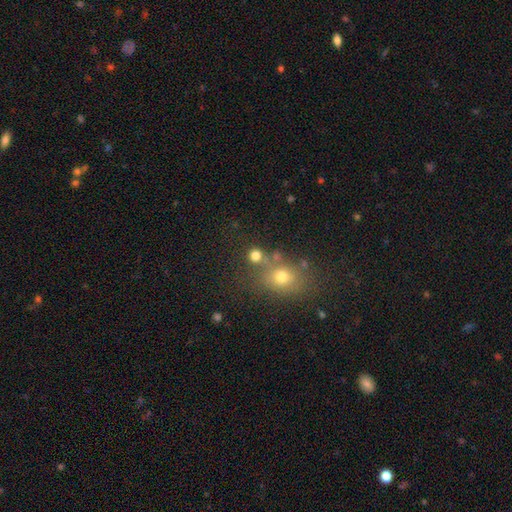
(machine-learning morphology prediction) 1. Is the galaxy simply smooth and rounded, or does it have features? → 76% smooth, 16% star or artifact, 7% featured or disk.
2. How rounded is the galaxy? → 85% round, 13% in between, 1% cigar-shaped.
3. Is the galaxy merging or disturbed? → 68% none, 18% merger, 9% minor disturbance, 5% major disturbance.